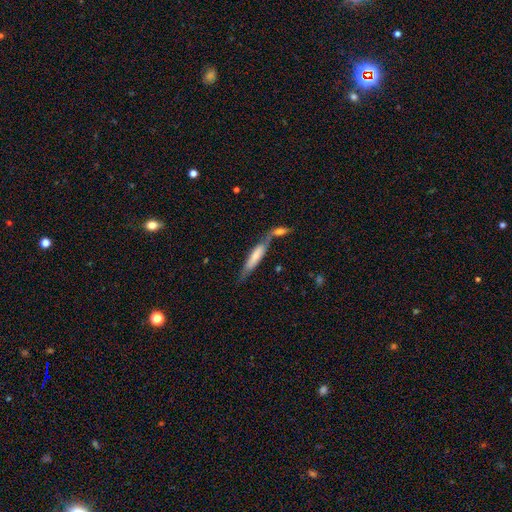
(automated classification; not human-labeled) Smooth or featured? Predicted: smooth (p=0.62). How rounded? Predicted: cigar-shaped (p=0.77). Merging? Predicted: merger (p=0.46).